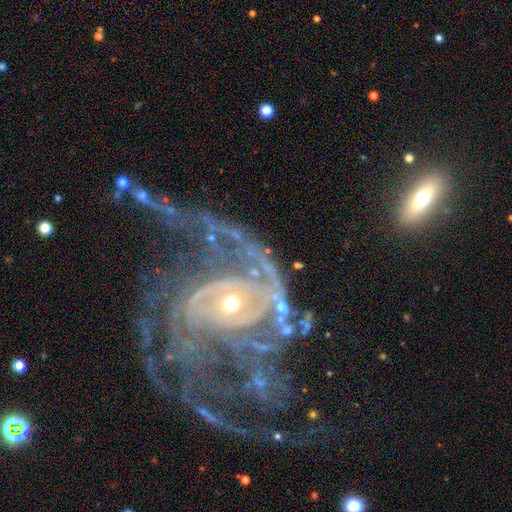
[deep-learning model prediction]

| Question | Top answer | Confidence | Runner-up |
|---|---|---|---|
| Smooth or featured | featured or disk | 90% | star or artifact (6%) |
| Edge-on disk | no | 97% | yes (3%) |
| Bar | no | 52% | weak (30%) |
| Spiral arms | yes | 96% | no (4%) |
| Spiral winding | medium | 41% | tight (37%) |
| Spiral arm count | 2 | 41% | can't tell (18%) |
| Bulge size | moderate | 49% | small (46%) |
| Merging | major disturbance | 41% | none (34%) |